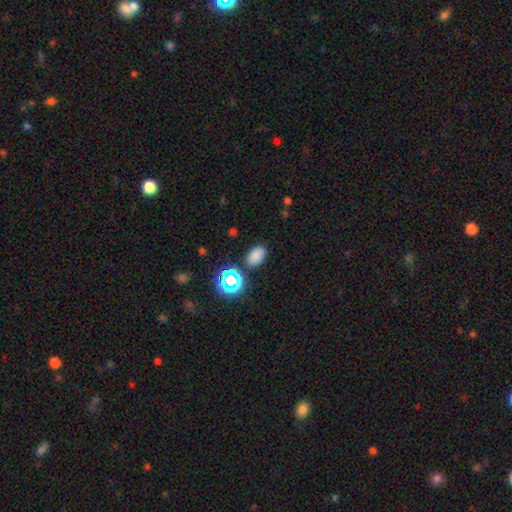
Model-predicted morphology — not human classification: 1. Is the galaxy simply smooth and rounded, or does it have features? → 76% smooth, 18% star or artifact, 5% featured or disk.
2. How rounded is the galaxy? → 86% in between, 13% round, 2% cigar-shaped.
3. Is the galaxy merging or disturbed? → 83% none, 10% minor disturbance, 4% merger, 3% major disturbance.